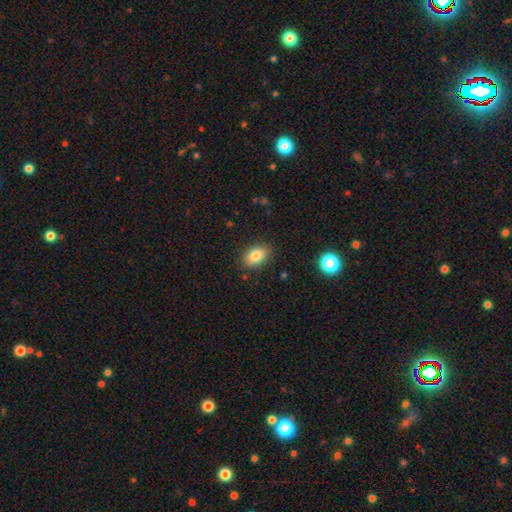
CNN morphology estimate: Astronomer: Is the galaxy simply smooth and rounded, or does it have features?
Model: smooth — 83%.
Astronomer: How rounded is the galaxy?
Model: in between — 85%.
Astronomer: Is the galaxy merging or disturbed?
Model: none — 86%.